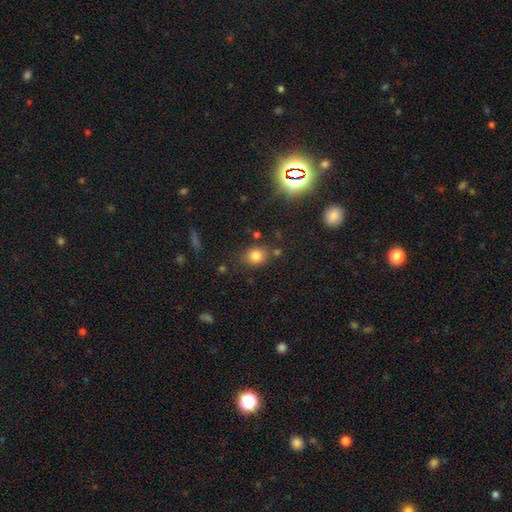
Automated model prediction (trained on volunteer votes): Smooth or featured? smooth (80%)
How rounded? round (53%)
Merging? none (76%)